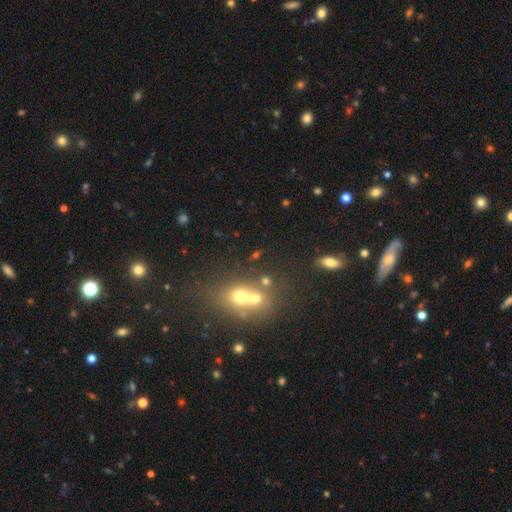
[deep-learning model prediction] Overall: smooth (54%; star or artifact 24%). How rounded: round (58%; in between 40%). Merging: merger (52%; none 35%).